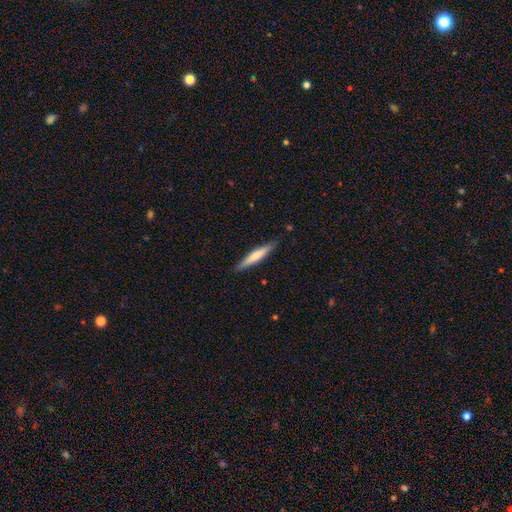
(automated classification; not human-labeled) Morphology: type=smooth (62%); roundness=cigar-shaped (92%); merging=none (87%).